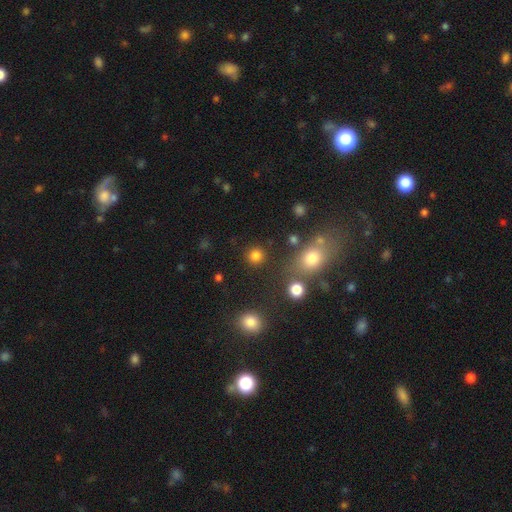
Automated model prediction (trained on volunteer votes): Morphology: type=smooth (81%); roundness=round (91%); merging=none (86%).